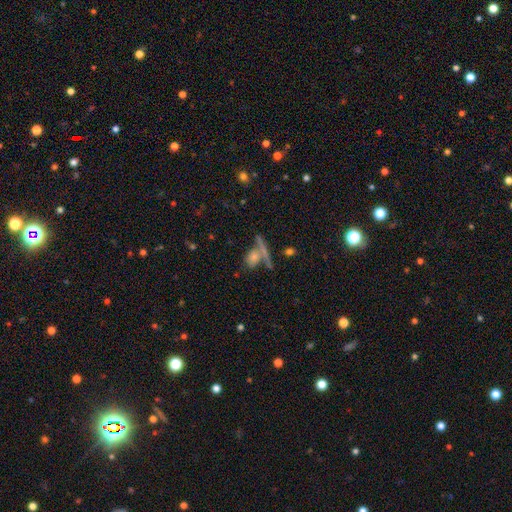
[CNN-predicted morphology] Smooth or featured? Predicted: smooth (p=0.66). How rounded? Predicted: in between (p=0.45). Merging? Predicted: none (p=0.49).